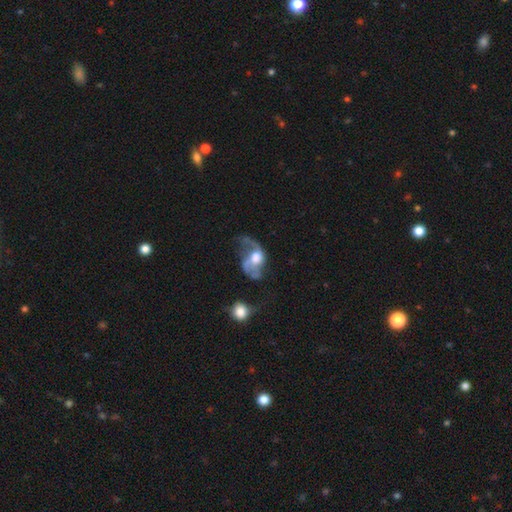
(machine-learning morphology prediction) This appears to be a featured or disk galaxy (71%) with no bar (68%), 2 (75%) loose (69%) spiral arms (76%) and a moderate central bulge (44%). Merging: major disturbance (42%).